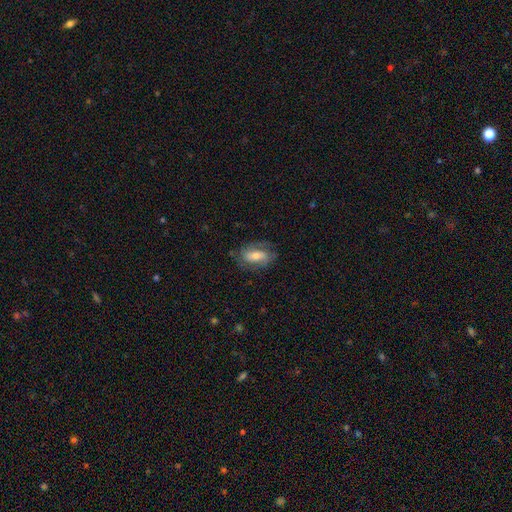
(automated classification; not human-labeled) Q: Smooth or featured?
A: featured or disk (51%); runner-up: smooth (41%)
Q: Edge-on disk?
A: no (92%); runner-up: yes (8%)
Q: Merging?
A: none (69%); runner-up: minor disturbance (20%)